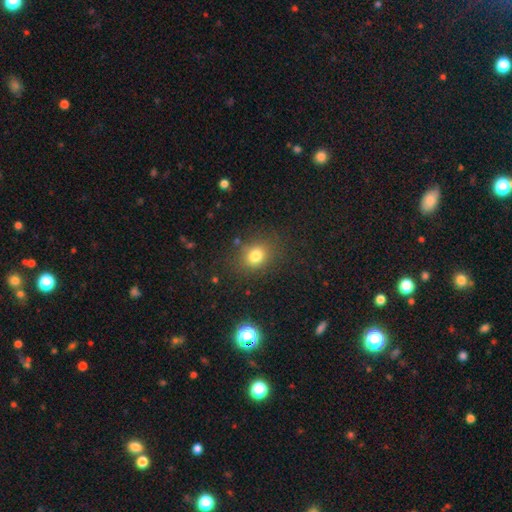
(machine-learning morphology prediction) Q: Smooth or featured?
A: smooth (78%); runner-up: star or artifact (14%)
Q: How rounded?
A: round (59%); runner-up: in between (40%)
Q: Merging?
A: none (81%); runner-up: minor disturbance (12%)